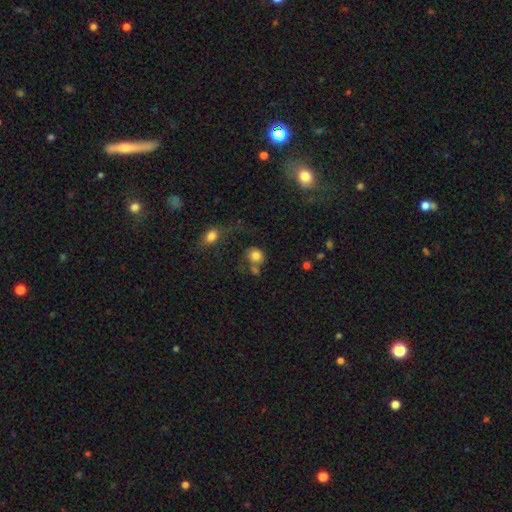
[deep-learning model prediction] This is clearly a smooth galaxy (81%). How rounded: likely round (80%). Merging: possibly none (51%).